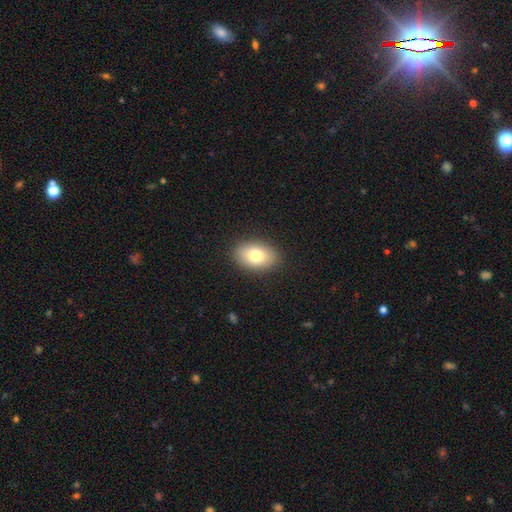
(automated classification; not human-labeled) A smooth galaxy with no disk features (79%) that is in between round and cigar-shaped (87%). Merging: none (88%).